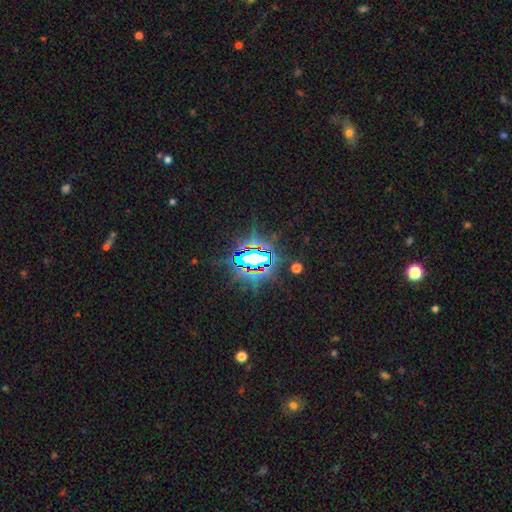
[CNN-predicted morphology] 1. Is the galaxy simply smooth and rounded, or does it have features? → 79% star or artifact, 11% featured or disk, 11% smooth.